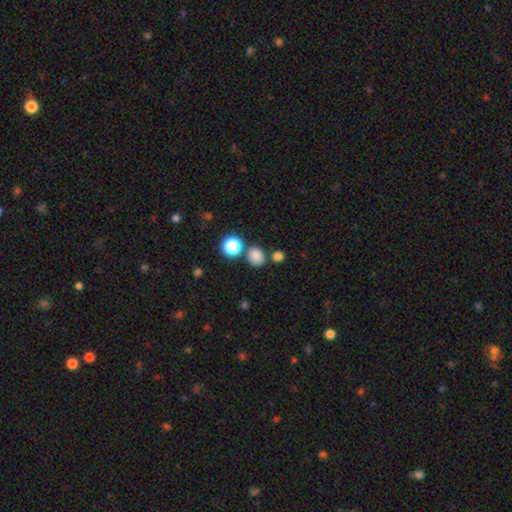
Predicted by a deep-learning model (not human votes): smooth-or-featured: smooth: 81% | star or artifact: 15% | featured or disk: 4%
  how-rounded: round: 65% | in between: 34% | cigar-shaped: 1%
  merging: none: 72% | merger: 14% | minor disturbance: 10% | major disturbance: 3%